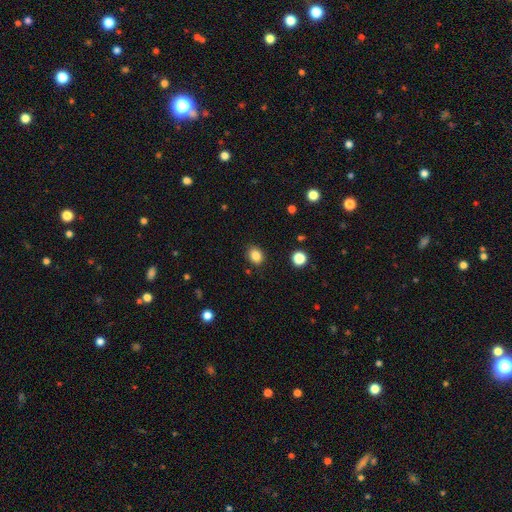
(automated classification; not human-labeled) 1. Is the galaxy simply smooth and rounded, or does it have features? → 85% smooth, 11% star or artifact, 4% featured or disk.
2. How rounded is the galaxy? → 52% round, 47% in between, 1% cigar-shaped.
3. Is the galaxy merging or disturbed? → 85% none, 10% minor disturbance, 3% major disturbance, 2% merger.